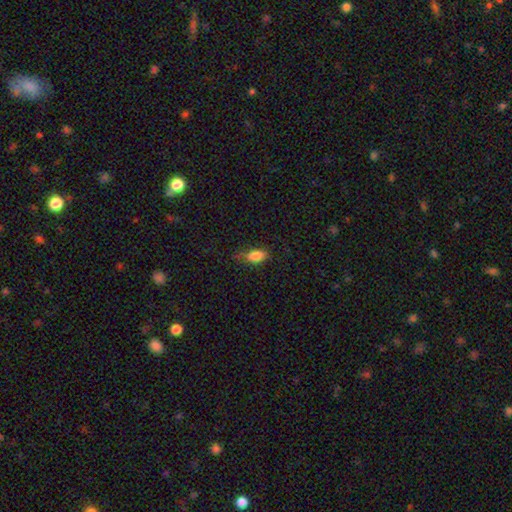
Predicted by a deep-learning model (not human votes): Smooth or featured? smooth (84%)
How rounded? in between (87%)
Merging? none (64%)